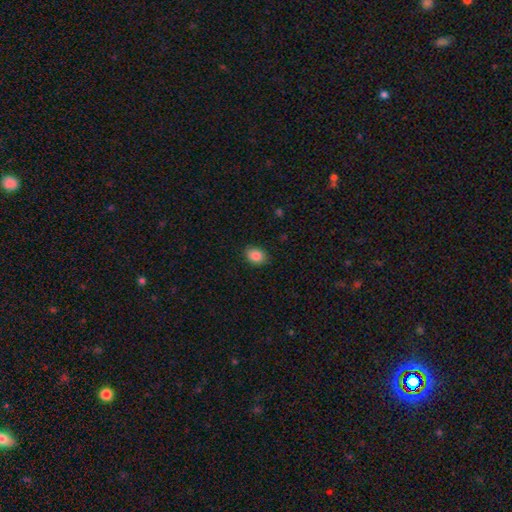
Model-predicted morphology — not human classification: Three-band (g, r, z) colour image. It shows a smooth galaxy with no disk features (87%) that is in between round and cigar-shaped (66%). Merging: none (84%).